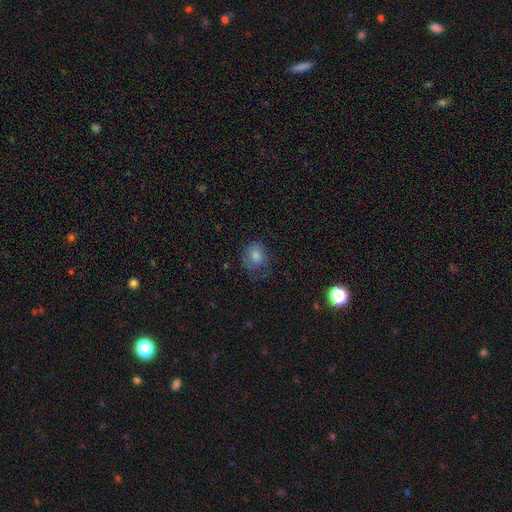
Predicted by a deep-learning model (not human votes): Smooth or featured? Predicted: smooth (p=0.80). How rounded? Predicted: round (p=0.64). Merging? Predicted: none (p=0.51).